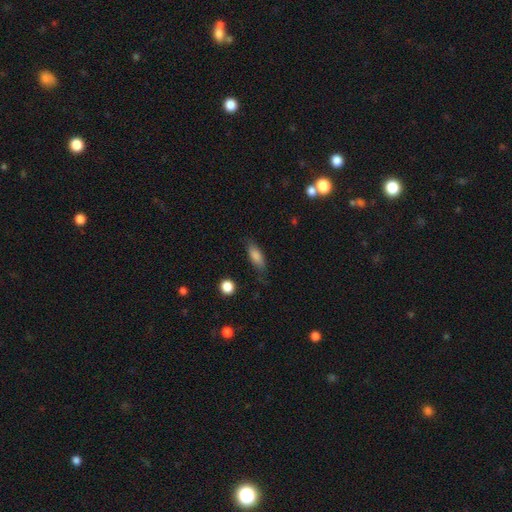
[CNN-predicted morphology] Smooth or featured? Predicted: smooth (p=0.81). How rounded? Predicted: in between (p=0.70). Merging? Predicted: none (p=0.71).